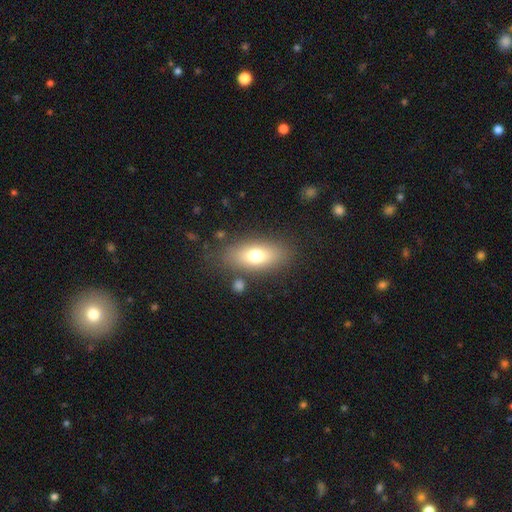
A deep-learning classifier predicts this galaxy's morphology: Q: Smooth or featured?
A: smooth (72%); runner-up: featured or disk (19%)
Q: How rounded?
A: in between (81%); runner-up: cigar-shaped (12%)
Q: Merging?
A: none (80%); runner-up: minor disturbance (11%)